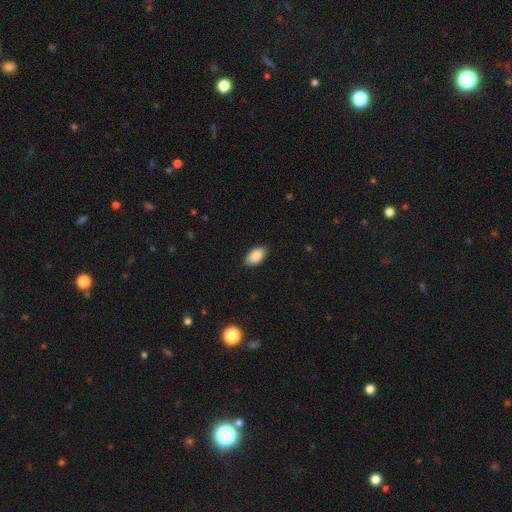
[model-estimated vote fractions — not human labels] This is clearly a smooth galaxy (86%). How rounded: clearly in between (94%). Merging: clearly none (88%).